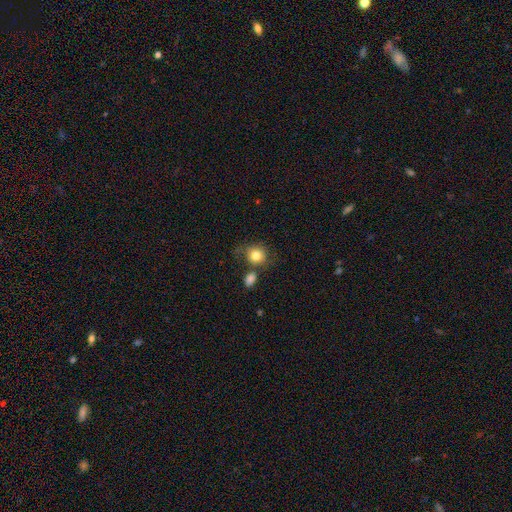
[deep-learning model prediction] This is likely a smooth galaxy (80%). How rounded: likely round (76%). Merging: possibly none (52%).